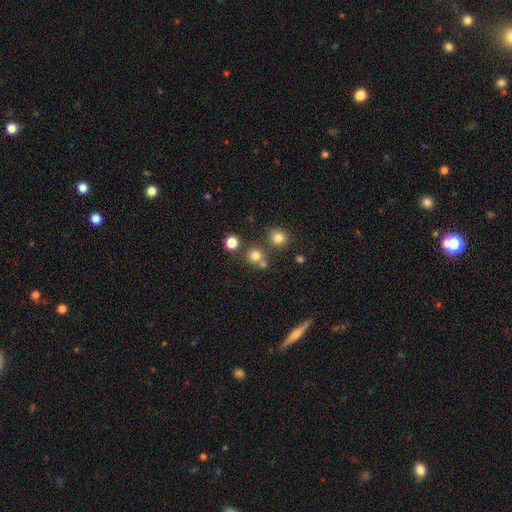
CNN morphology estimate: type=smooth (76%); roundness=round (90%); merging=none (68%).